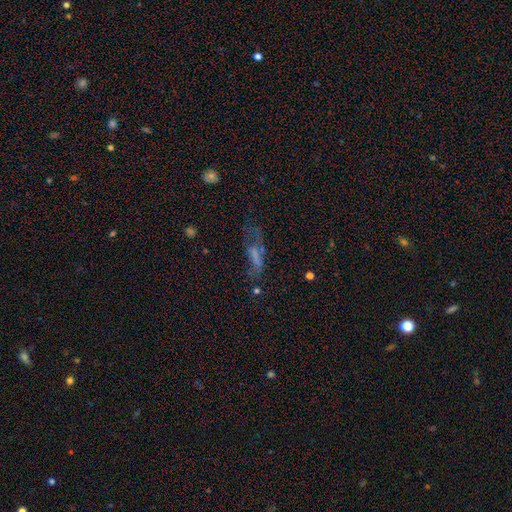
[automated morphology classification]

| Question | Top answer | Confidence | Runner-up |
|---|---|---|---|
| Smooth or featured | featured or disk | 40% | smooth (37%) |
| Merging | none | 42% | major disturbance (30%) |